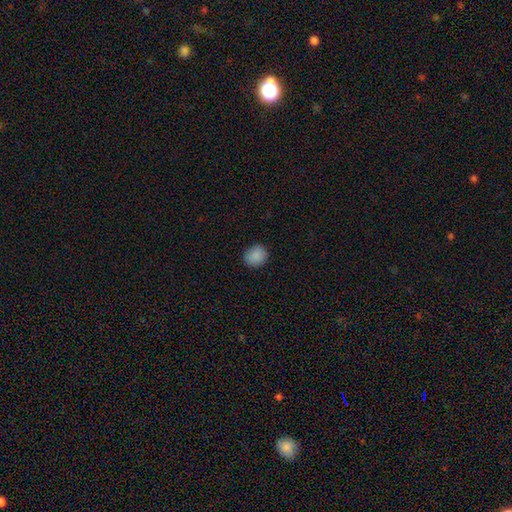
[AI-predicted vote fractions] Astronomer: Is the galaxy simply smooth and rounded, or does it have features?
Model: smooth — 88%.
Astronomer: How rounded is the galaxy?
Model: round — 80%.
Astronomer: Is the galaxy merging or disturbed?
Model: none — 88%.